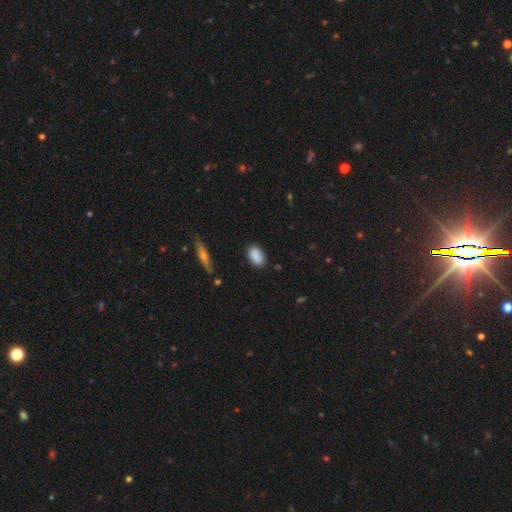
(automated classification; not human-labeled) This is clearly a smooth galaxy (88%). How rounded: clearly in between (89%). Merging: clearly none (83%).